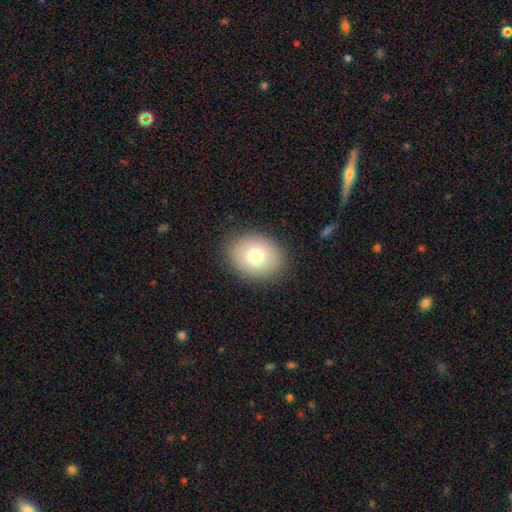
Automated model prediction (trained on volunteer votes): smooth-or-featured: smooth: 75% | featured or disk: 14% | star or artifact: 11%
  how-rounded: round: 56% | in between: 43% | cigar-shaped: 1%
  merging: none: 87% | minor disturbance: 8% | major disturbance: 3% | merger: 1%